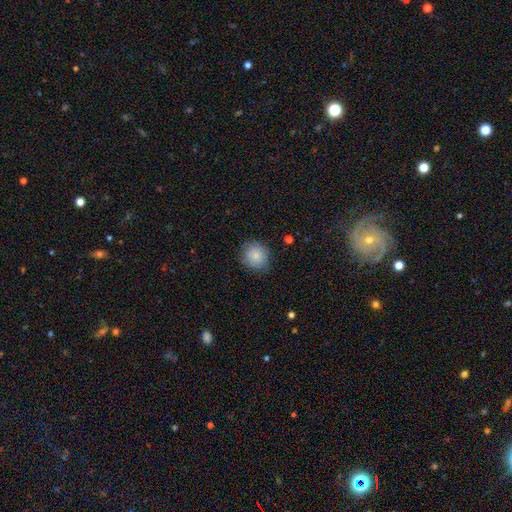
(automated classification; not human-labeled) This appears to be a smooth galaxy with no disk features (83%) that is round (87%). Merging: none (81%).